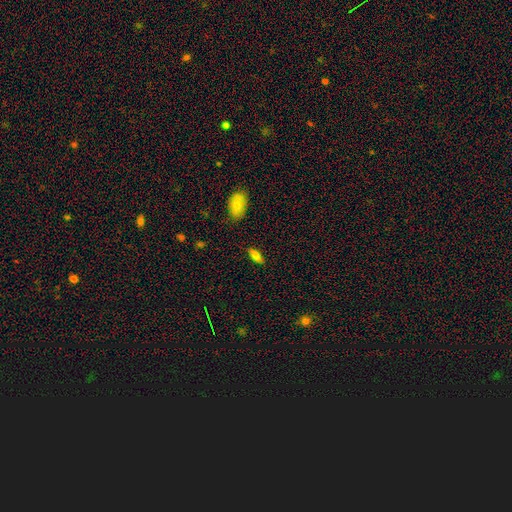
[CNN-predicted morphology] smooth_or_featured: smooth (p=0.73) [alt: featured or disk p=0.18]
how_rounded: in between (p=0.77) [alt: cigar-shaped p=0.20]
merging: none (p=0.86) [alt: minor disturbance p=0.10]